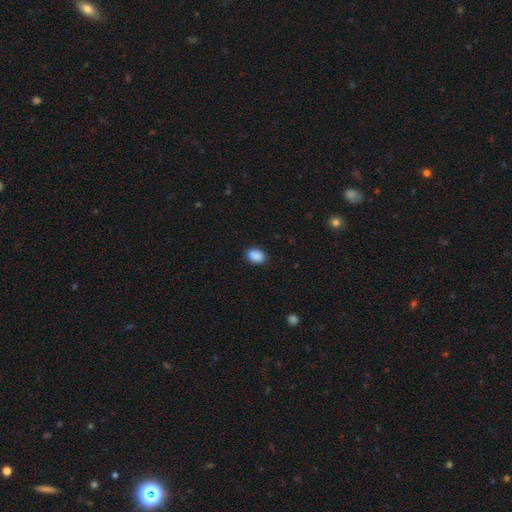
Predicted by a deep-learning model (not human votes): Smooth or featured? Predicted: smooth (p=0.90). How rounded? Predicted: in between (p=0.78). Merging? Predicted: none (p=0.88).